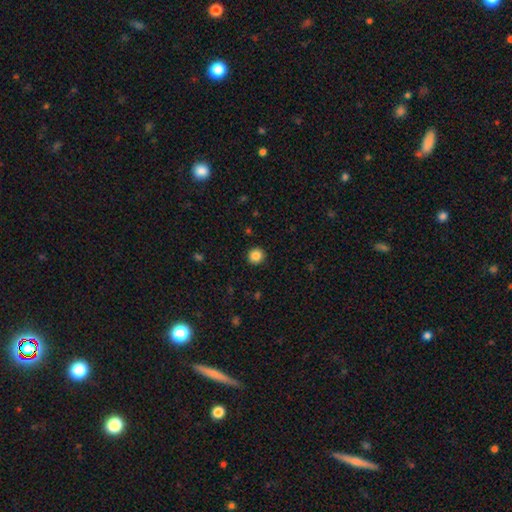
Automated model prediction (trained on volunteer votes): Q: Smooth or featured?
A: smooth (86%); runner-up: star or artifact (10%)
Q: How rounded?
A: round (93%); runner-up: in between (6%)
Q: Merging?
A: none (92%); runner-up: minor disturbance (5%)